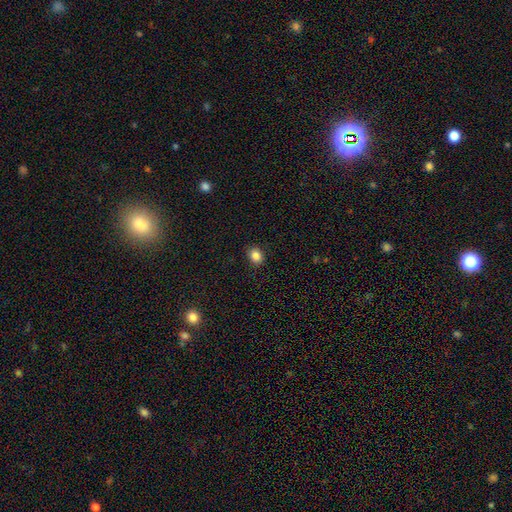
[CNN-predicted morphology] smooth_or_featured: smooth (p=0.85) [alt: star or artifact p=0.10]
how_rounded: round (p=0.52) [alt: in between p=0.47]
merging: none (p=0.89) [alt: minor disturbance p=0.08]